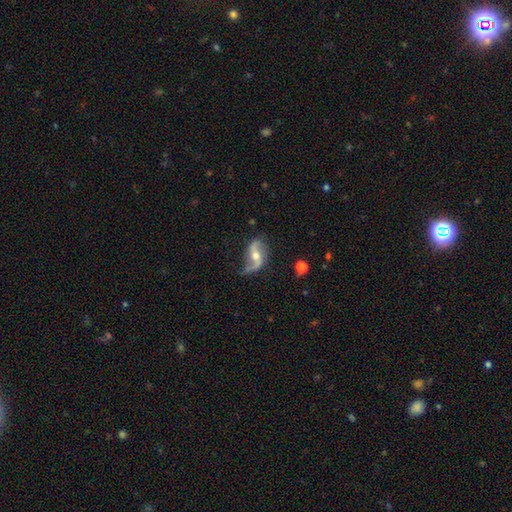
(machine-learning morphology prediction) smooth-or-featured: featured or disk: 87% | smooth: 7% | star or artifact: 5%
  disk-edge-on: no: 96% | yes: 4%
    bar: weak: 38% (tied) | no: 38% (tied) | strong: 23%
    has-spiral-arms: yes: 96% | no: 4%
      spiral-winding: loose: 82% | medium: 14% | tight: 4%
      spiral-arm-count: 2: 91% | 1: 4% | can't tell: 2% | 3: 1% | 4: 1% | more than 4: 1%
    bulge-size: moderate: 63% | small: 31% | large: 3% | none: 2% | dominant: 1%
  merging: none: 71% | minor disturbance: 19% | major disturbance: 8% | merger: 2%